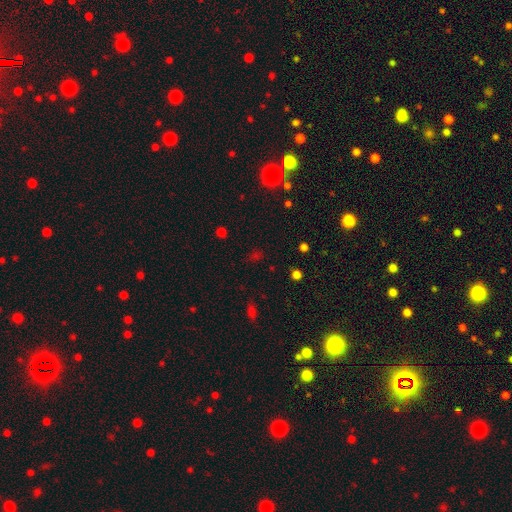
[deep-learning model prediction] star or artifact 48%, smooth 45%, featured or disk 7%.